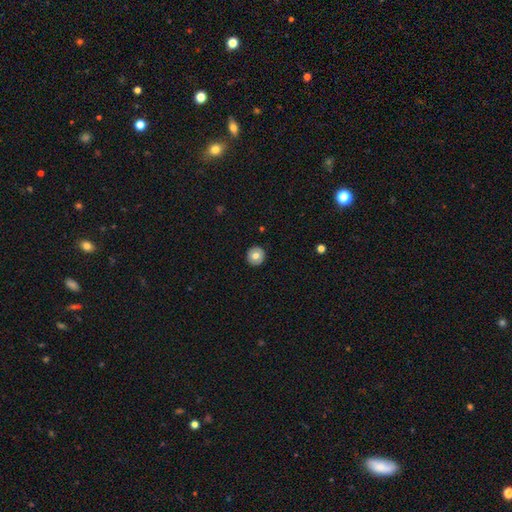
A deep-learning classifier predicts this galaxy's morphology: smooth_or_featured: smooth (p=0.69) [alt: featured or disk p=0.24]
how_rounded: round (p=0.94) [alt: in between p=0.05]
merging: none (p=0.91) [alt: minor disturbance p=0.06]